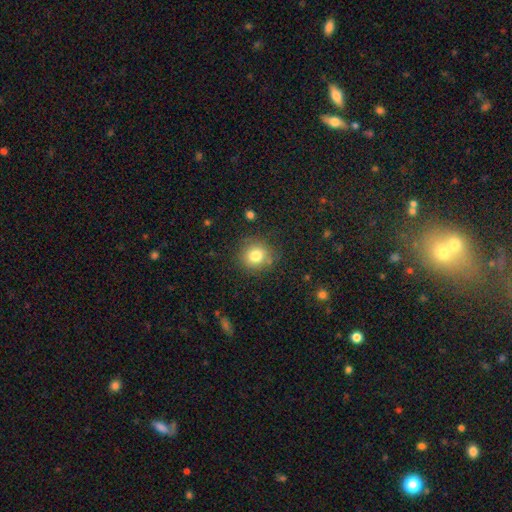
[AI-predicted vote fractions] A smooth galaxy with no disk features (80%) that is round (84%). Merging: none (82%).